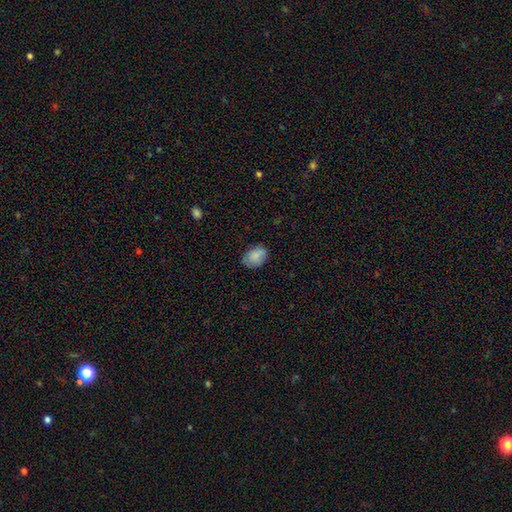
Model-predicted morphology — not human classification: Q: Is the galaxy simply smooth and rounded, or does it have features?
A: smooth — 85%.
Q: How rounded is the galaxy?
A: in between — 78%.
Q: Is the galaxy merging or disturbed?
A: none — 75%.